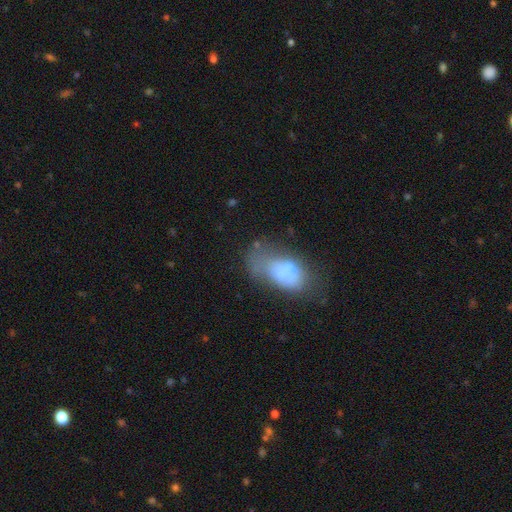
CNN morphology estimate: This appears to be a smooth galaxy with no disk features (57%) that is in between round and cigar-shaped (89%). Merging: none (31%).